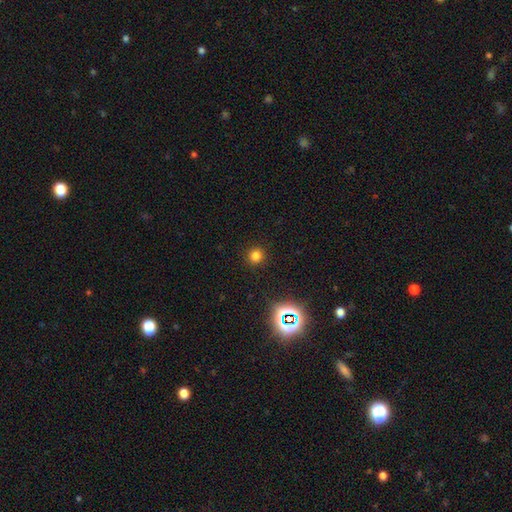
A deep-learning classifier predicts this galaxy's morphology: Q: Smooth or featured?
A: smooth (76%); runner-up: star or artifact (19%)
Q: How rounded?
A: round (93%); runner-up: in between (6%)
Q: Merging?
A: none (91%); runner-up: minor disturbance (5%)